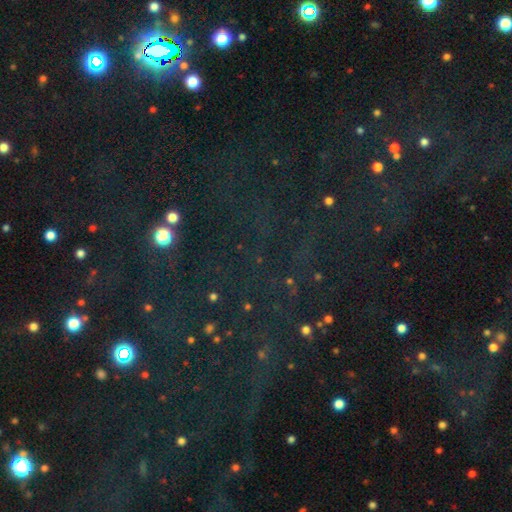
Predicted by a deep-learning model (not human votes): A star or artifact, not a galaxy (75%).

Vote fractions:
- Smooth or featured? star or artifact: 75% / smooth: 16% / featured or disk: 9%